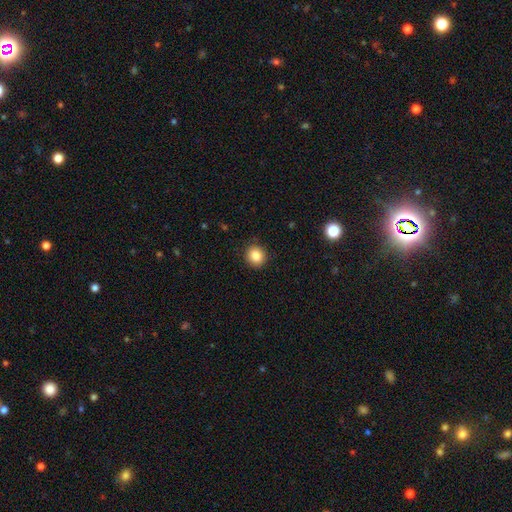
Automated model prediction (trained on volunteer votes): Smooth or featured?
  - smooth: 85% *
  - star or artifact: 10%
  - featured or disk: 5%
How rounded?
  - round: 88% *
  - in between: 11%
  - cigar-shaped: 1%
Merging?
  - none: 89% *
  - minor disturbance: 8%
  - major disturbance: 2%
  - merger: 1%